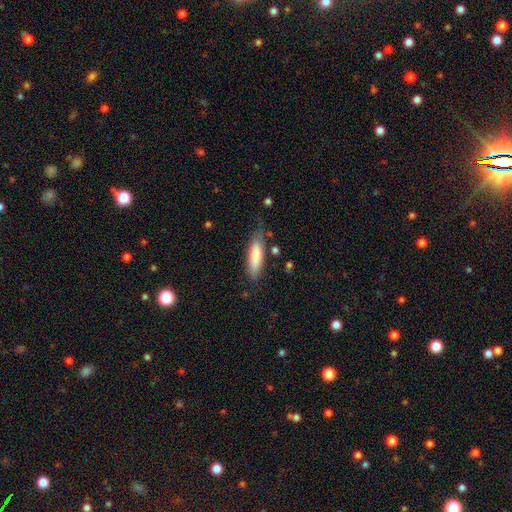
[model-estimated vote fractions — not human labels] Smooth or featured: smooth — 82% (featured or disk — 12%)
How rounded: cigar-shaped — 55% (in between — 44%)
Merging: none — 67% (minor disturbance — 24%)